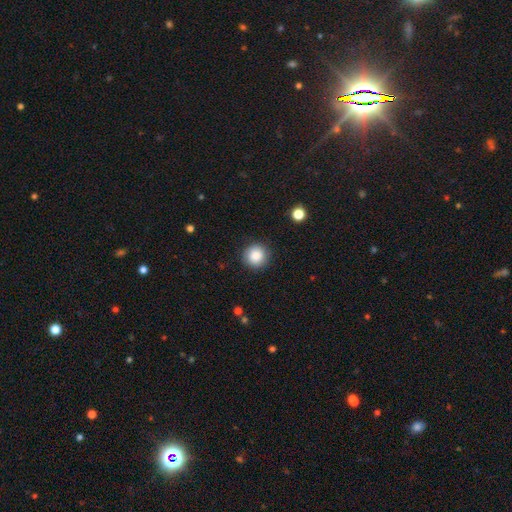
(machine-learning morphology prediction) This appears to be a smooth galaxy with no disk features (86%) that is round (94%). Merging: none (90%).